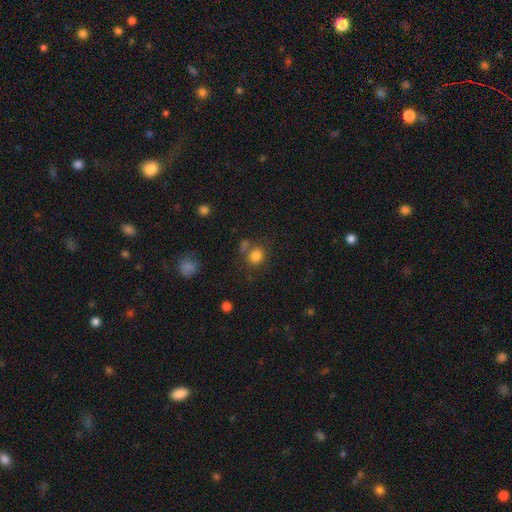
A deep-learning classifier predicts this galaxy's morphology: This appears to be a smooth galaxy with no disk features (82%) that is round (83%). Merging: none (67%).